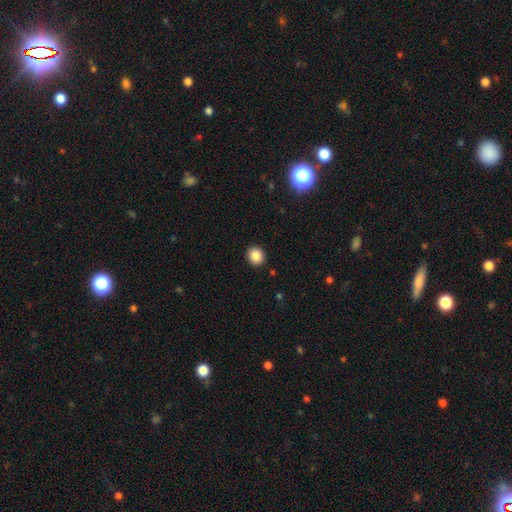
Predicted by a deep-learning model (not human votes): Q: Smooth or featured?
A: smooth (86%); runner-up: star or artifact (10%)
Q: How rounded?
A: round (82%); runner-up: in between (17%)
Q: Merging?
A: none (92%); runner-up: minor disturbance (6%)